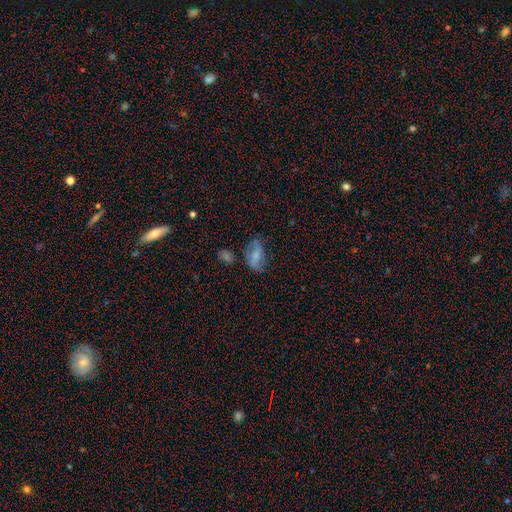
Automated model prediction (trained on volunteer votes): A smooth galaxy with no disk features (58%) that is in between round and cigar-shaped (91%). Merging: none (54%).